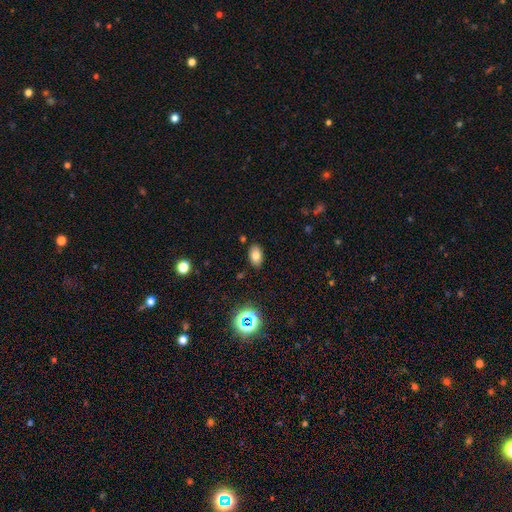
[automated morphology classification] Q: Smooth or featured?
A: smooth (76%); runner-up: star or artifact (14%)
Q: How rounded?
A: in between (89%); runner-up: round (10%)
Q: Merging?
A: none (86%); runner-up: minor disturbance (10%)